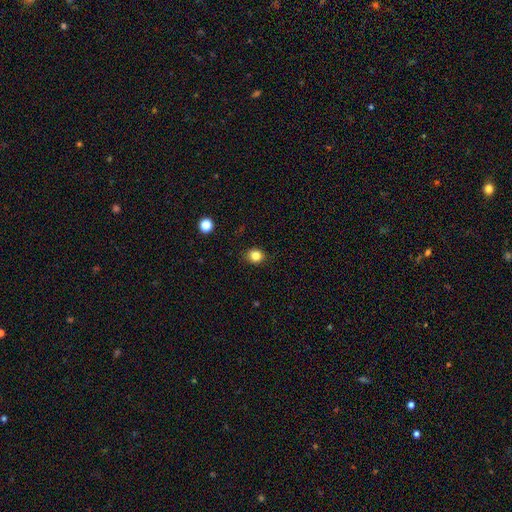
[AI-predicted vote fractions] smooth_or_featured: smooth (p=0.83) [alt: star or artifact p=0.12]
how_rounded: round (p=0.76) [alt: in between p=0.23]
merging: none (p=0.89) [alt: minor disturbance p=0.08]